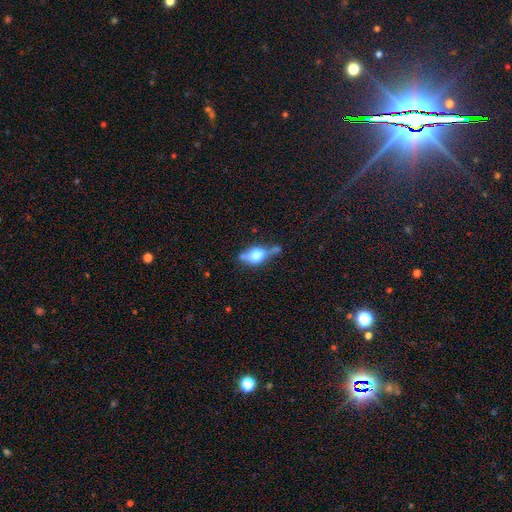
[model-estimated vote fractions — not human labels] Smooth or featured?
  - smooth: 48% *
  - featured or disk: 43%
  - star or artifact: 9%
Merging?
  - none: 44% *
  - minor disturbance: 25%
  - merger: 18%
  - major disturbance: 13%